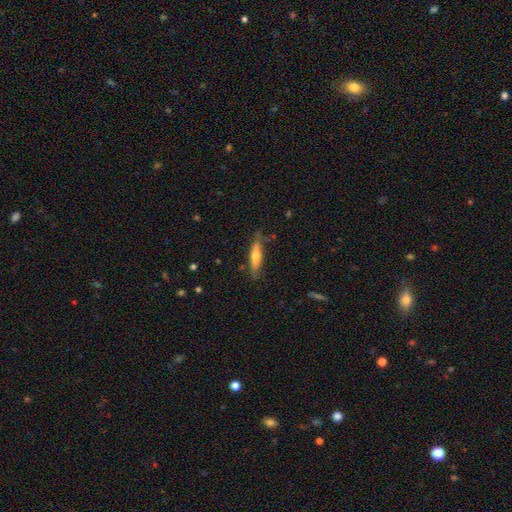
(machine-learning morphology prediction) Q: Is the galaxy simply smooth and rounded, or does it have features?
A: smooth — 52%.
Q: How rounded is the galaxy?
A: cigar-shaped — 78%.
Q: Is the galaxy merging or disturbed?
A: none — 78%.